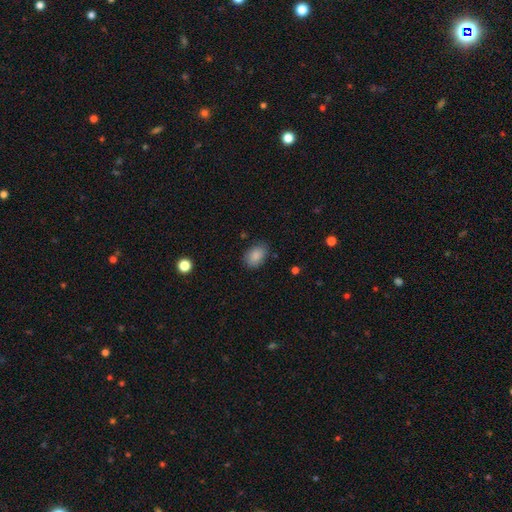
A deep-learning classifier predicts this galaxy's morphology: smooth 87%, star or artifact 8%, featured or disk 5%. Down the decision tree: how rounded — in between (82%); merging — none (80%).